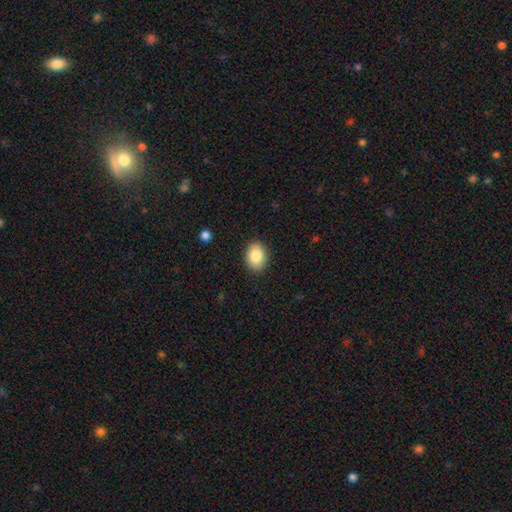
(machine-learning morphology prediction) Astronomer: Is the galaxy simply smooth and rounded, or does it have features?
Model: smooth — 86%.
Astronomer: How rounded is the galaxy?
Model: in between — 75%.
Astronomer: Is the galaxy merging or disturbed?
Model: none — 89%.